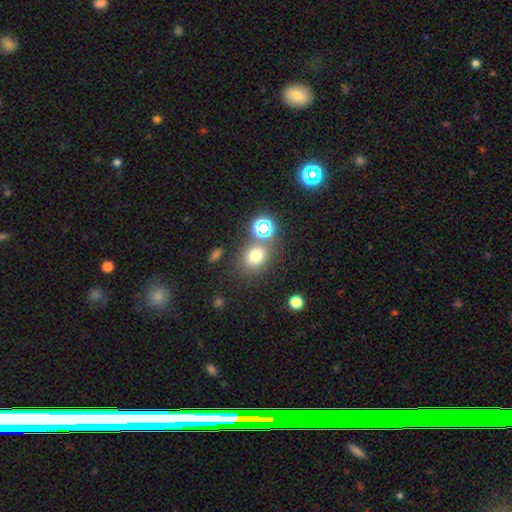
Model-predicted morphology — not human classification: Smooth or featured: smooth — 71% (star or artifact — 21%)
How rounded: round — 64% (in between — 35%)
Merging: none — 69% (merger — 16%)